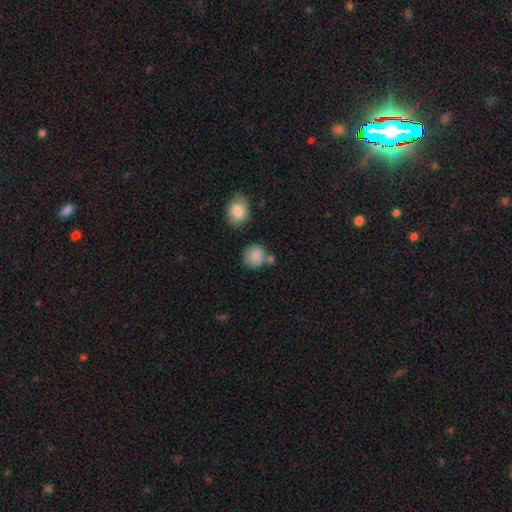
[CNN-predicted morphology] type=smooth (85%); roundness=round (84%); merging=none (64%).